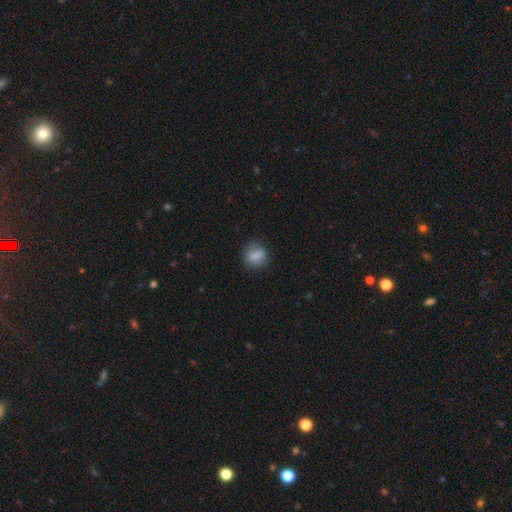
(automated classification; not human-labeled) Smooth or featured? Predicted: smooth (p=0.79). How rounded? Predicted: round (p=0.67). Merging? Predicted: none (p=0.75).